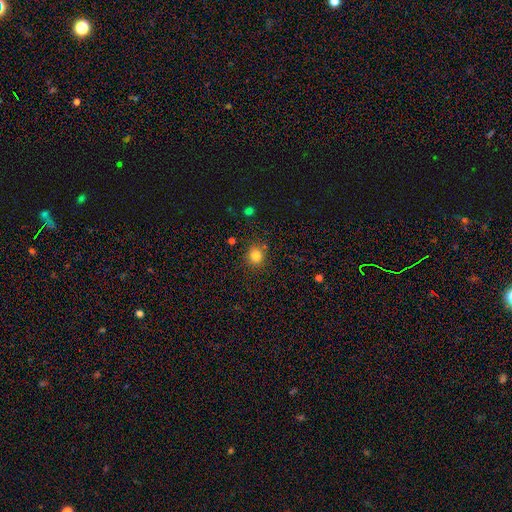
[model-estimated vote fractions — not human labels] A smooth galaxy with no disk features (81%) that is round (82%).

Vote fractions:
- Smooth or featured? smooth: 81% / star or artifact: 13% / featured or disk: 6%
- How rounded? round: 82% / in between: 17% / cigar-shaped: 1%
- Merging? none: 84% / minor disturbance: 10% / merger: 4% / major disturbance: 3%